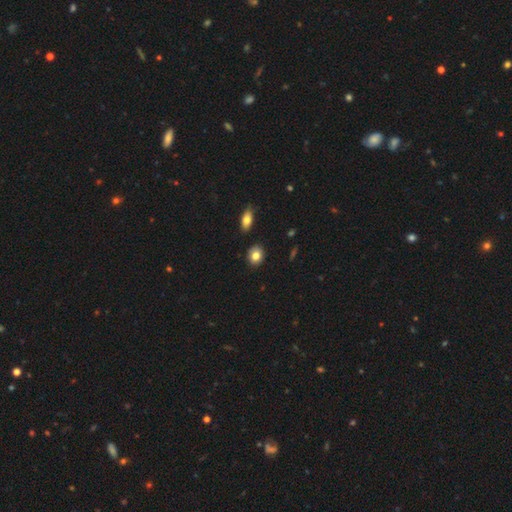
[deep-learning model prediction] This appears to be a smooth galaxy with no disk features (82%) that is round (59%). Merging: none (87%).